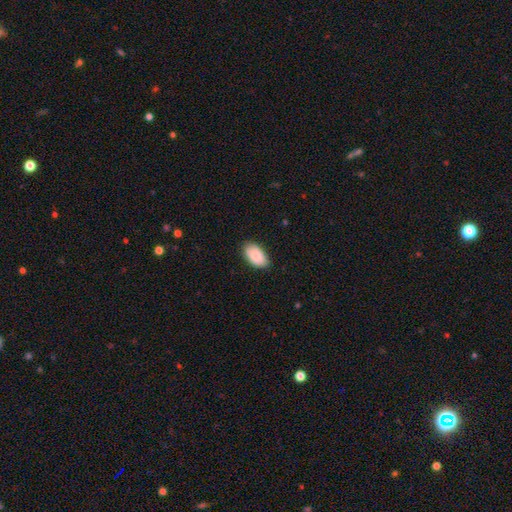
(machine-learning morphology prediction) smooth-or-featured: smooth: 86% | featured or disk: 8% | star or artifact: 6%
  how-rounded: in between: 95% | round: 4% | cigar-shaped: 1%
  merging: none: 83% | minor disturbance: 14% | major disturbance: 2% | merger: 1%